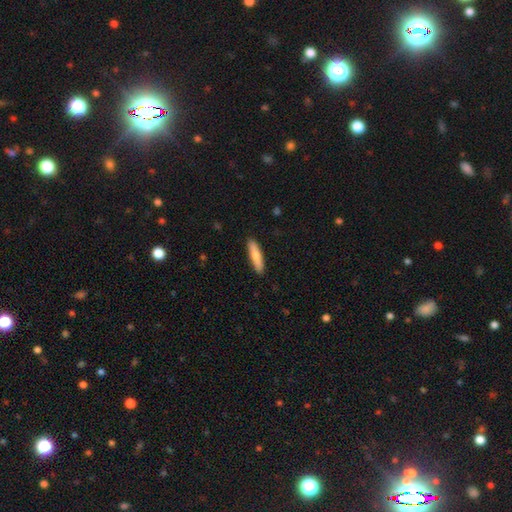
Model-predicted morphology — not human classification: Smooth or featured? smooth (75%)
How rounded? cigar-shaped (82%)
Merging? none (90%)